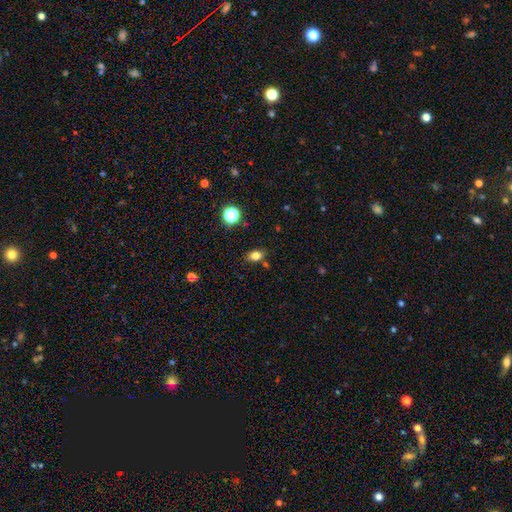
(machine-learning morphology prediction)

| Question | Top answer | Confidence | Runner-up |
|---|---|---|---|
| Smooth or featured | smooth | 80% | star or artifact (14%) |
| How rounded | in between | 72% | round (26%) |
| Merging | none | 79% | minor disturbance (13%) |